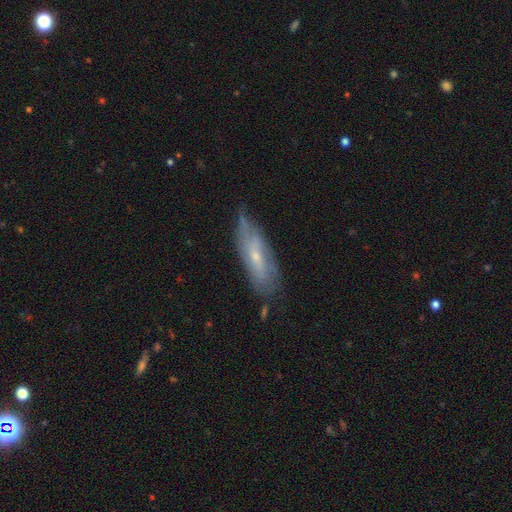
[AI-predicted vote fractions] This appears to be a featured or disk galaxy (56%). Merging: none (61%).